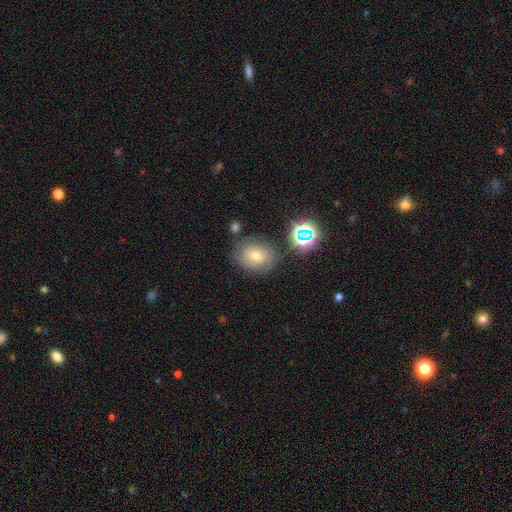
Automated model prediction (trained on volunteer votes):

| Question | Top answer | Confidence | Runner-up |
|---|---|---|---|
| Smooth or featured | smooth | 46% | featured or disk (34%) |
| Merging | none | 72% | minor disturbance (17%) |